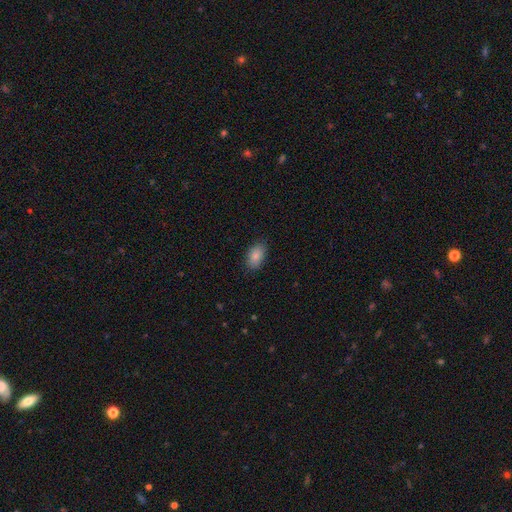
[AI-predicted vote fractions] Overall: smooth (85%). How rounded: in between (92%). Merging: none (86%).